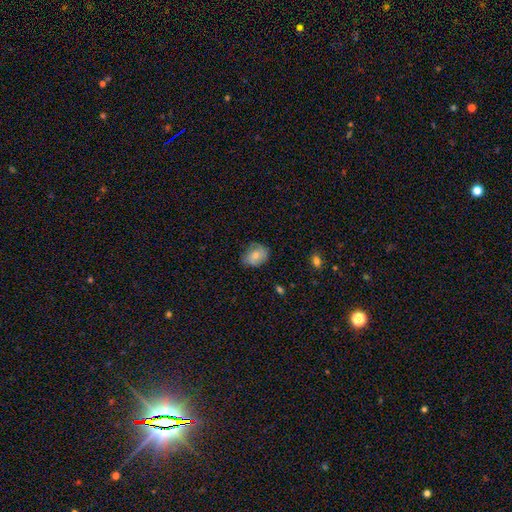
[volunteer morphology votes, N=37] This appears to be a smooth galaxy with no disk features (65%) that is in between round and cigar-shaped (54%). Merging: none (66%).